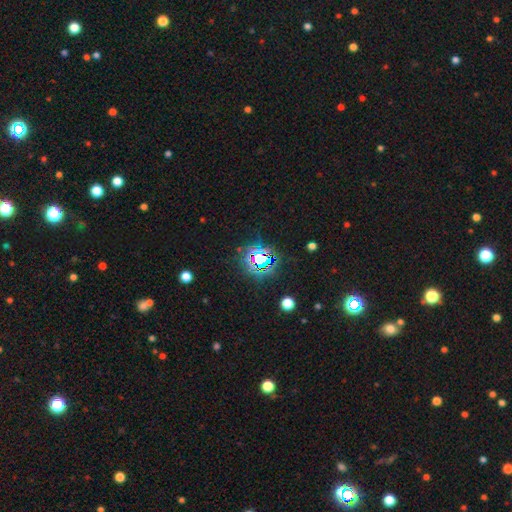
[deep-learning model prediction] Overall: star or artifact (75%).